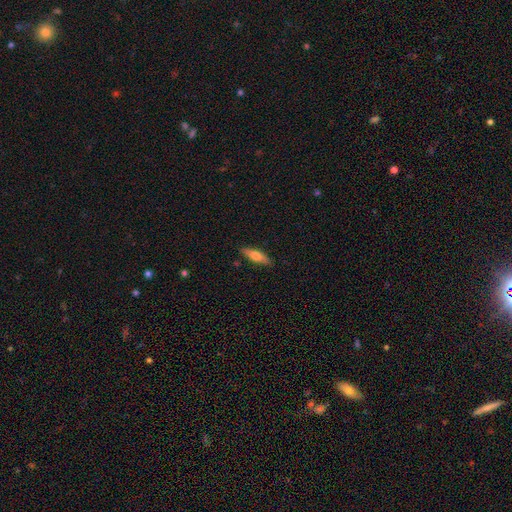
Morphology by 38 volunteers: A smooth galaxy with no disk features (50%) that is cigar-shaped (53%). Merging: none (89%).